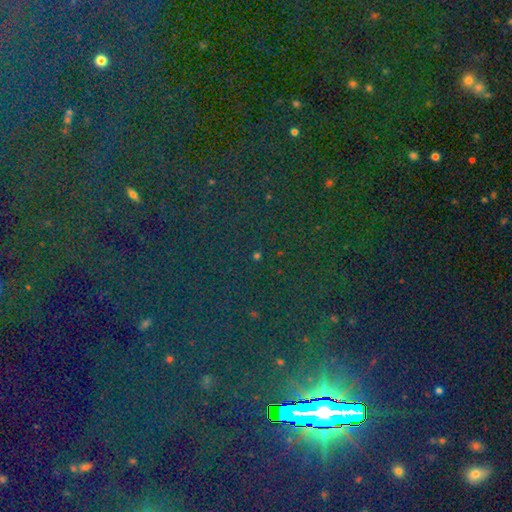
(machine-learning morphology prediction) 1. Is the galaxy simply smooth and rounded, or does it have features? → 81% star or artifact, 11% smooth, 8% featured or disk.